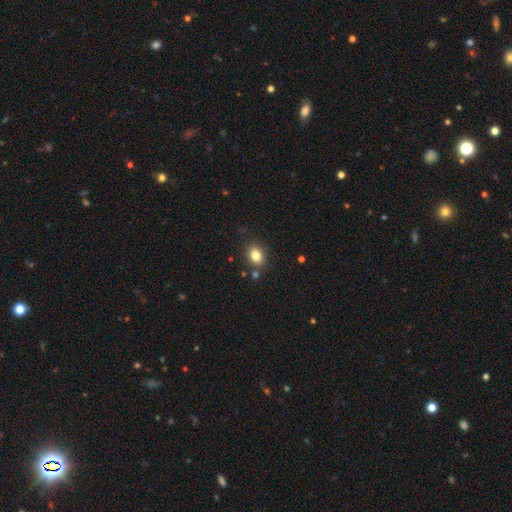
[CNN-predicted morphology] Smooth or featured?
  - smooth: 82% *
  - star or artifact: 10%
  - featured or disk: 7%
How rounded?
  - in between: 58% *
  - round: 41%
  - cigar-shaped: 1%
Merging?
  - none: 81% *
  - minor disturbance: 11%
  - merger: 5%
  - major disturbance: 3%